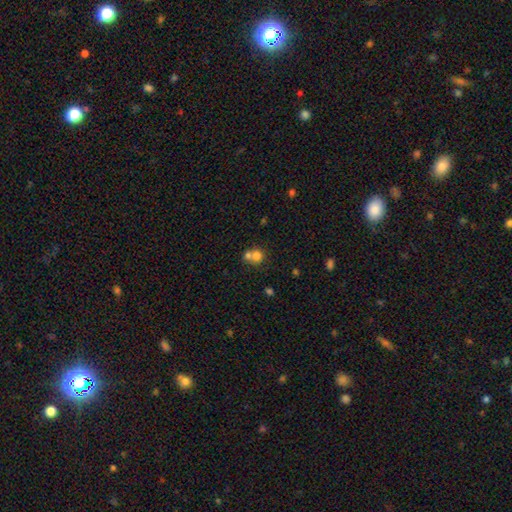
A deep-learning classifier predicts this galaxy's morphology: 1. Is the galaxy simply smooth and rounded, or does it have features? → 74% smooth, 14% featured or disk, 12% star or artifact.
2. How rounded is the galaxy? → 81% round, 18% in between, 1% cigar-shaped.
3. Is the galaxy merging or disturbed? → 56% merger, 35% none, 6% minor disturbance, 3% major disturbance.